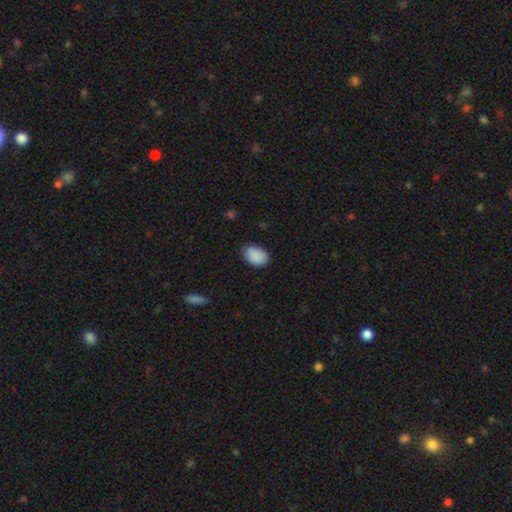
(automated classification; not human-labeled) smooth_or_featured: smooth (p=0.90) [alt: star or artifact p=0.07]
how_rounded: in between (p=0.86) [alt: round p=0.13]
merging: none (p=0.81) [alt: minor disturbance p=0.16]